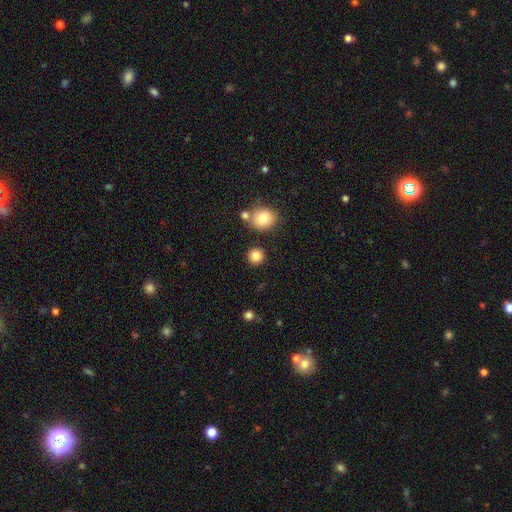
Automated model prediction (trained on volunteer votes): Smooth or featured: smooth — 85% (star or artifact — 11%)
How rounded: round — 92% (in between — 7%)
Merging: none — 86% (minor disturbance — 7%)